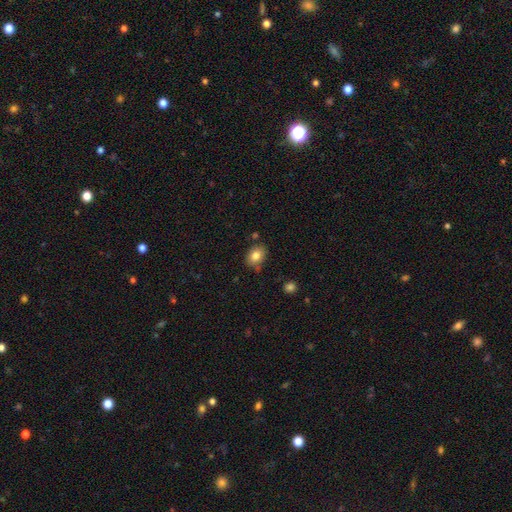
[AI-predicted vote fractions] Overall: smooth (82%). How rounded: in between (63%; round 36%). Merging: none (74%).